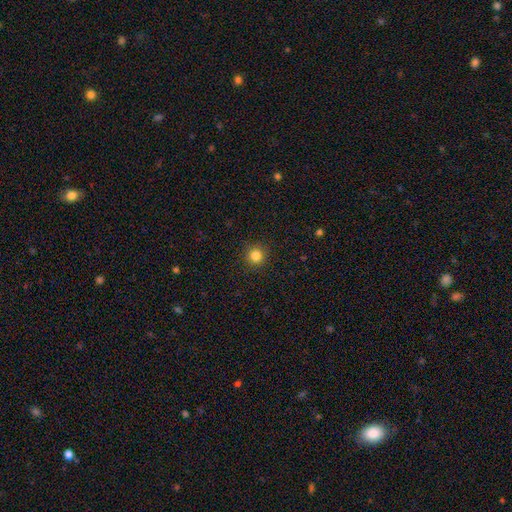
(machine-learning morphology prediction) Smooth or featured? Predicted: smooth (p=0.83). How rounded? Predicted: round (p=0.94). Merging? Predicted: none (p=0.91).